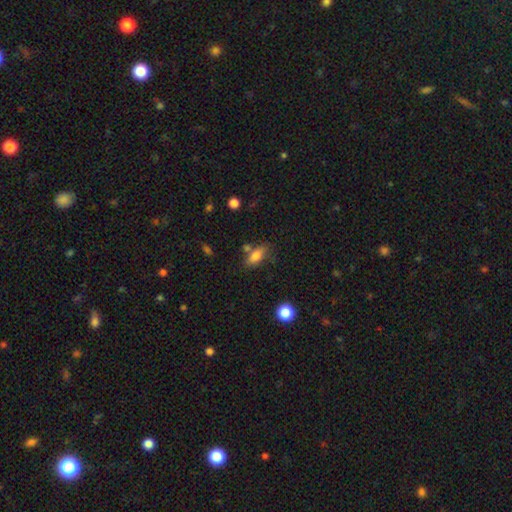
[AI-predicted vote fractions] smooth 77%, featured or disk 14%, star or artifact 8%. Down the decision tree: how rounded — in between (78%); merging — none (65%).